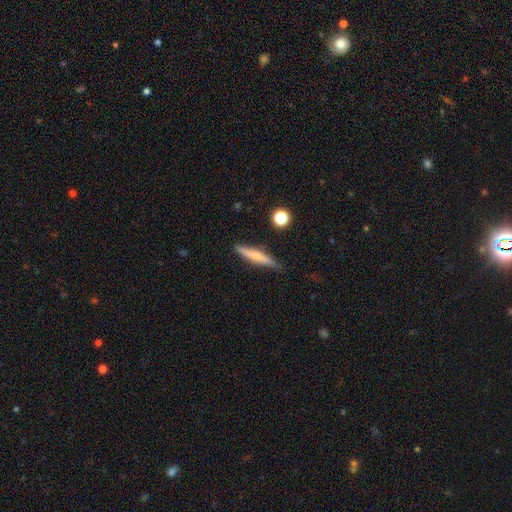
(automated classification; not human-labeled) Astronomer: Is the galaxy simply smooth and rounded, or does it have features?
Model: smooth — 52% (runner-up: featured or disk, 41%).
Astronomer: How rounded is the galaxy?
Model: cigar-shaped — 91%.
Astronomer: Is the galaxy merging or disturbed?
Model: none — 84%.